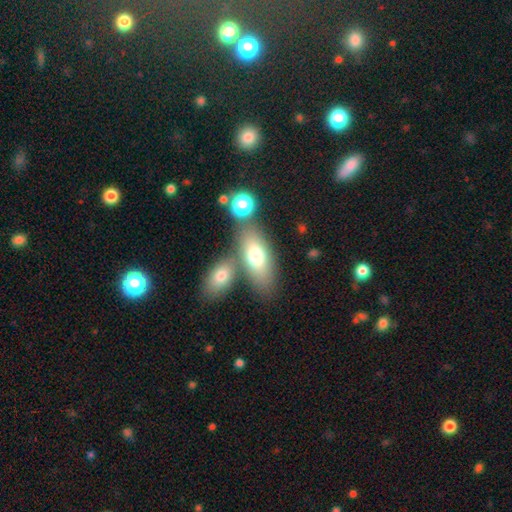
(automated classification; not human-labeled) A smooth galaxy with no disk features (70%) that is in between round and cigar-shaped (82%).

Vote fractions:
- Smooth or featured? smooth: 70% / featured or disk: 21% / star or artifact: 9%
- How rounded? in between: 82% / cigar-shaped: 11% / round: 7%
- Merging? none: 54% / merger: 31% / minor disturbance: 11% / major disturbance: 5%